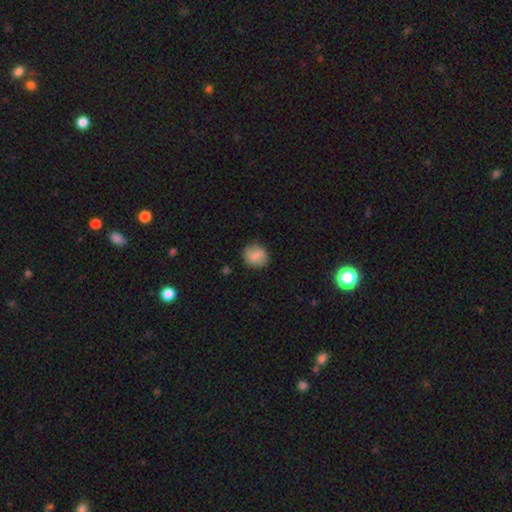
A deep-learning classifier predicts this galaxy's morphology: Overall: smooth (76%). How rounded: round (71%). Merging: none (84%).